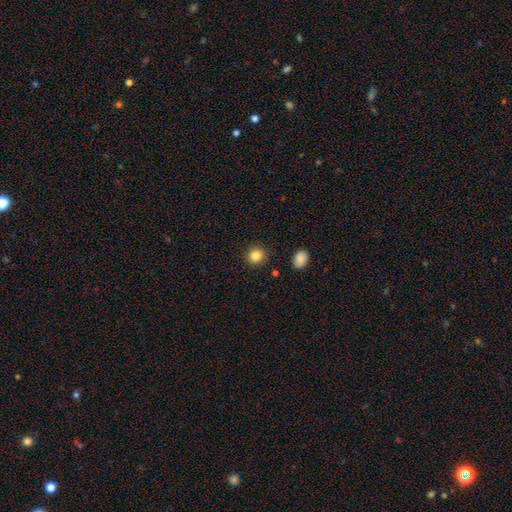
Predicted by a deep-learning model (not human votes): A smooth galaxy with no disk features (84%) that is round (88%).

Vote fractions:
- Smooth or featured? smooth: 84% / star or artifact: 11% / featured or disk: 5%
- How rounded? round: 88% / in between: 11% / cigar-shaped: 1%
- Merging? none: 90% / minor disturbance: 6% / major disturbance: 2% / merger: 2%